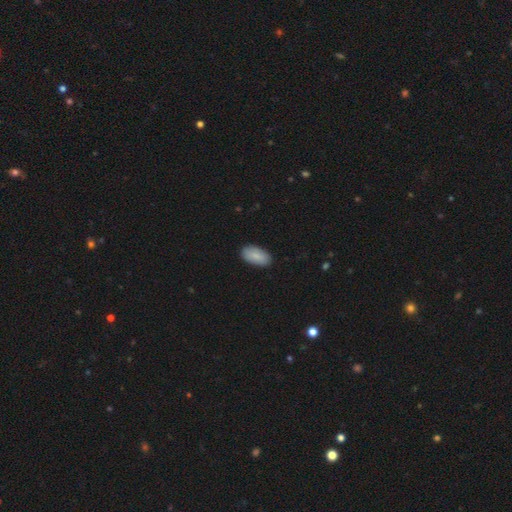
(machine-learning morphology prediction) Smooth or featured: smooth — 87% (featured or disk — 7%)
How rounded: in between — 95% (cigar-shaped — 3%)
Merging: none — 88% (minor disturbance — 9%)